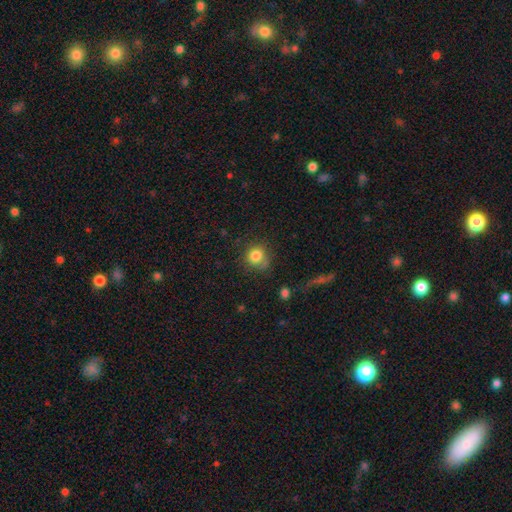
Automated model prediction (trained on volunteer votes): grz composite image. It shows a smooth galaxy with no disk features (82%) that is round (86%). Merging: none (68%).